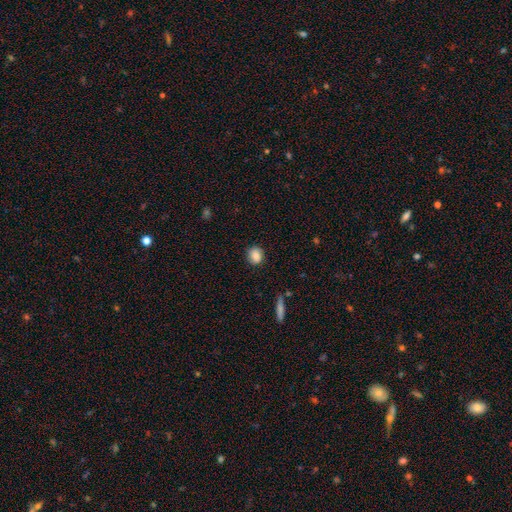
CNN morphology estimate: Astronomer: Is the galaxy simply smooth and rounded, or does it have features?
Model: smooth — 85%.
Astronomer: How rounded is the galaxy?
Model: round — 69%.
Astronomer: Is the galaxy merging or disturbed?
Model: none — 84%.